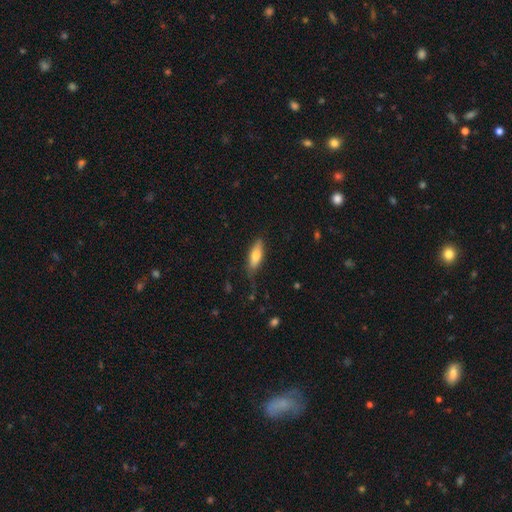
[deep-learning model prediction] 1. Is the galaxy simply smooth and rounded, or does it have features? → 72% smooth, 22% featured or disk, 6% star or artifact.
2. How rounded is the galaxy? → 53% in between, 45% cigar-shaped, 2% round.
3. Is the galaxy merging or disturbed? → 72% none, 22% minor disturbance, 5% major disturbance, 2% merger.